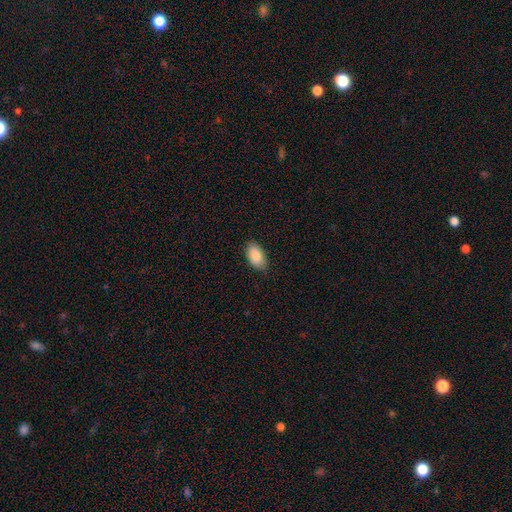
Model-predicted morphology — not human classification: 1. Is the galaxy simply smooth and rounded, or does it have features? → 87% smooth, 7% featured or disk, 6% star or artifact.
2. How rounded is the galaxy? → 94% in between, 4% round, 2% cigar-shaped.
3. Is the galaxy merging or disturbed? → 84% none, 12% minor disturbance, 2% major disturbance, 1% merger.